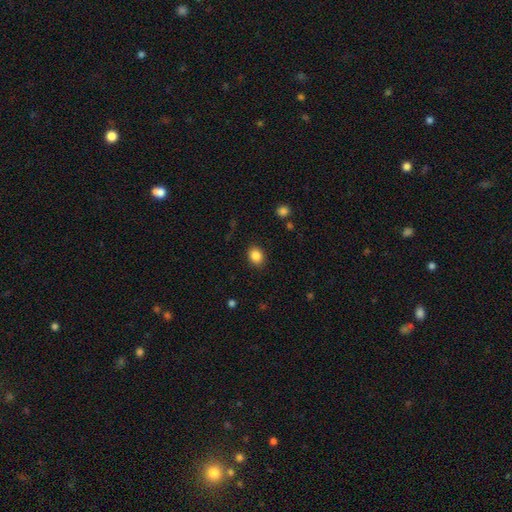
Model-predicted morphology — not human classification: This is clearly a smooth galaxy (86%). How rounded: possibly round (50%). Merging: clearly none (88%).